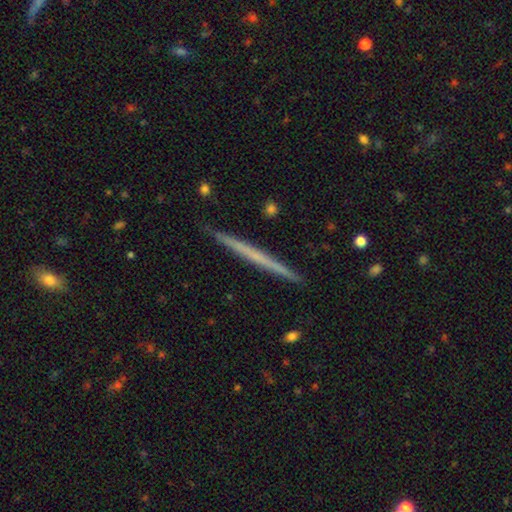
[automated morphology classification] Smooth or featured?
  - featured or disk: 56% *
  - smooth: 39%
  - star or artifact: 5%
Edge-on disk?
  - yes: 98% *
  - no: 2%
Edge-on bulge?
  - none: 91% *
  - rounded: 7%
  - boxy: 3%
Merging?
  - none: 93% *
  - minor disturbance: 5%
  - major disturbance: 1%
  - merger: 1%